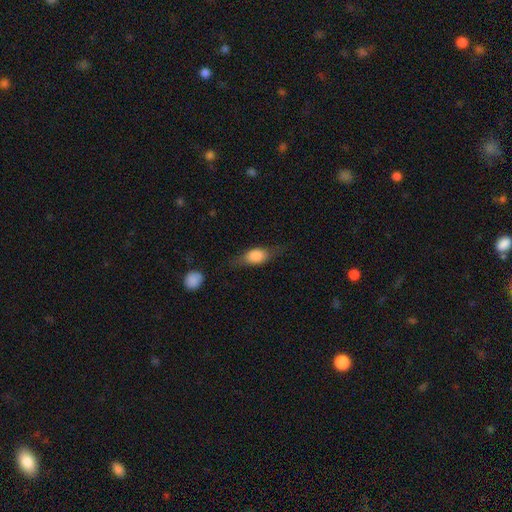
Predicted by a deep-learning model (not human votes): smooth 66%, featured or disk 26%, star or artifact 7%. Down the decision tree: how rounded — in between (72%); merging — none (65%).